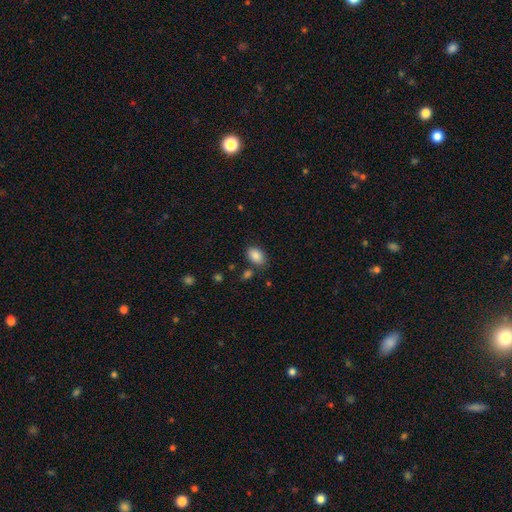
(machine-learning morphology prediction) smooth_or_featured: smooth (p=0.88) [alt: star or artifact p=0.08]
how_rounded: in between (p=0.90) [alt: round p=0.09]
merging: none (p=0.78) [alt: minor disturbance p=0.13]